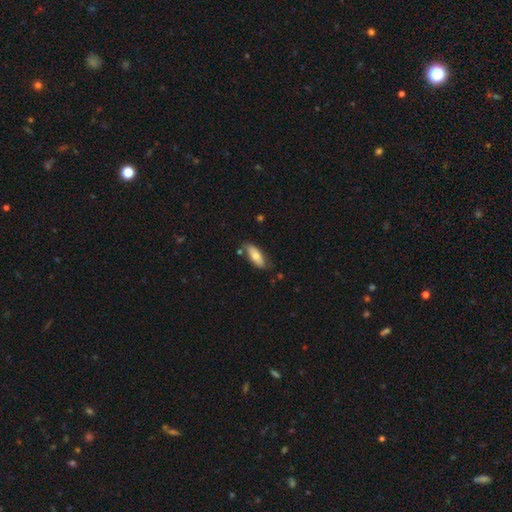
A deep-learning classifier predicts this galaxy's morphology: Smooth or featured: smooth — 69% (featured or disk — 25%)
How rounded: in between — 76% (cigar-shaped — 22%)
Merging: none — 73% (minor disturbance — 19%)